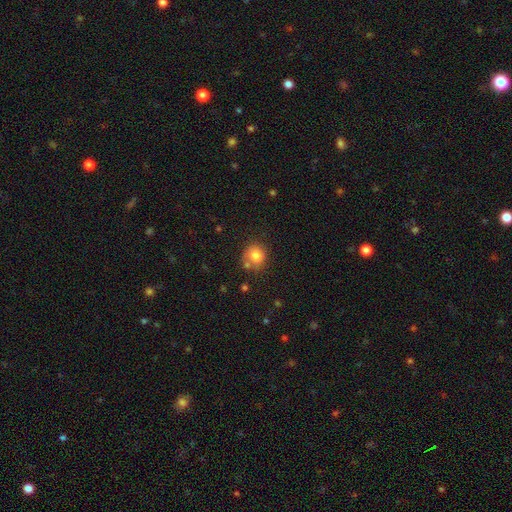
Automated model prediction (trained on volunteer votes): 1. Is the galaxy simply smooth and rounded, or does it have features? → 81% smooth, 10% star or artifact, 9% featured or disk.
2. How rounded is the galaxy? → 82% round, 18% in between, 1% cigar-shaped.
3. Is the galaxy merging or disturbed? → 64% none, 18% minor disturbance, 13% merger, 5% major disturbance.